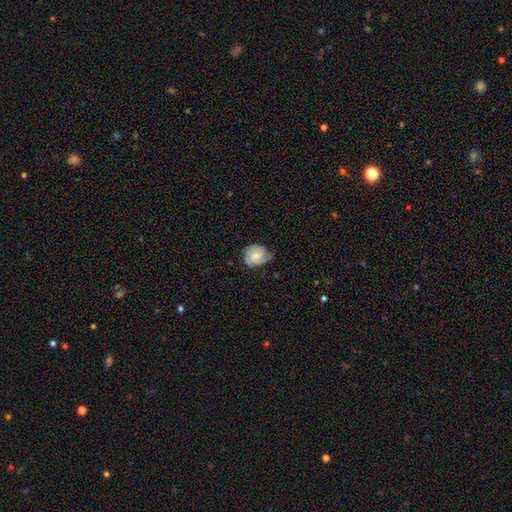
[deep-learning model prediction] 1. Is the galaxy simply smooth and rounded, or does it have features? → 48% smooth, 45% featured or disk, 7% star or artifact.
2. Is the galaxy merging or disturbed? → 52% none, 35% minor disturbance, 11% major disturbance, 2% merger.